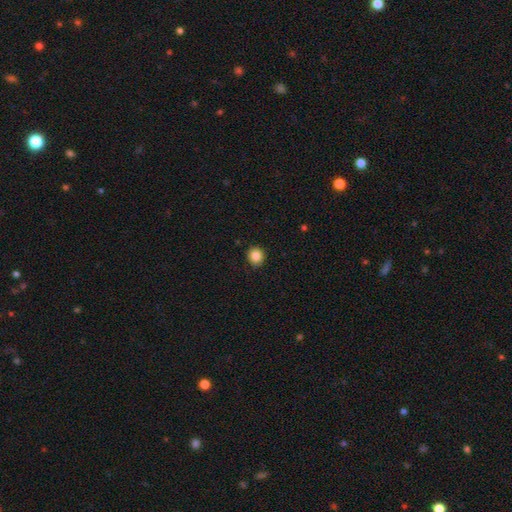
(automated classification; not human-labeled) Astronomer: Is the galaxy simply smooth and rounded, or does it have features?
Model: smooth — 86%.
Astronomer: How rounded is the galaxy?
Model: round — 89%.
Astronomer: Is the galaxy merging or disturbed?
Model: none — 91%.